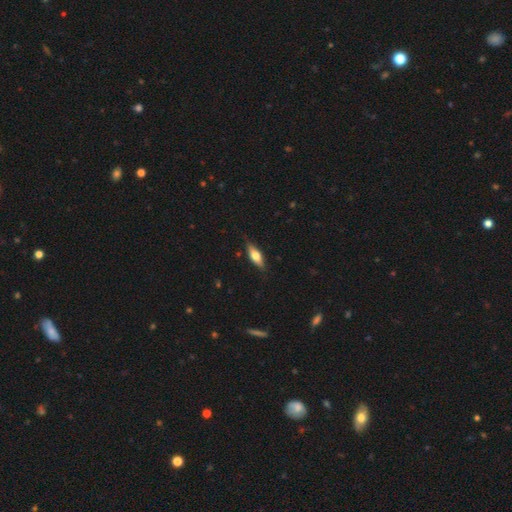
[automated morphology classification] This is possibly a smooth galaxy (57%). How rounded: likely in between (60%). Merging: clearly none (83%).